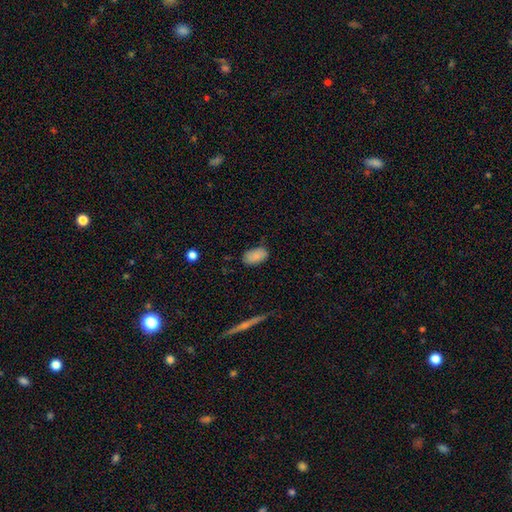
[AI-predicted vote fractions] This is clearly a smooth galaxy (86%). How rounded: clearly in between (93%). Merging: likely none (75%).